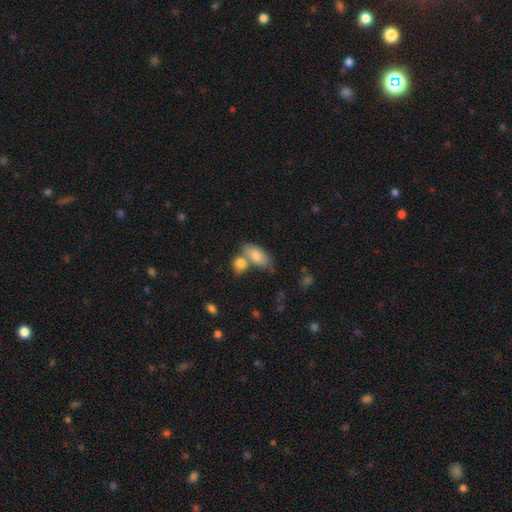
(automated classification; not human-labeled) smooth_or_featured: smooth (p=0.79) [alt: featured or disk p=0.14]
how_rounded: in between (p=0.86) [alt: cigar-shaped p=0.08]
merging: none (p=0.42) [alt: merger p=0.41]